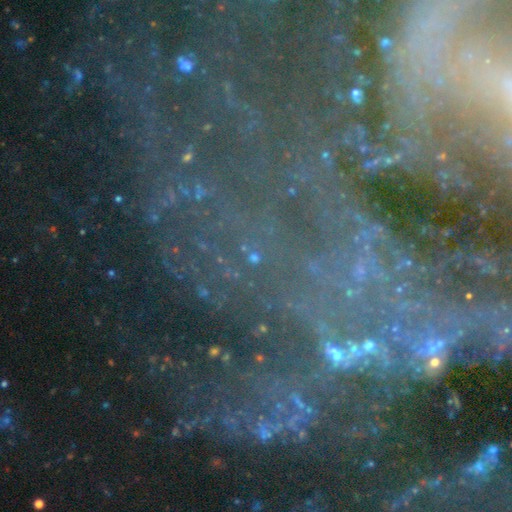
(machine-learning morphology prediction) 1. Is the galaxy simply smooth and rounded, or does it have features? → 70% star or artifact, 20% featured or disk, 10% smooth.